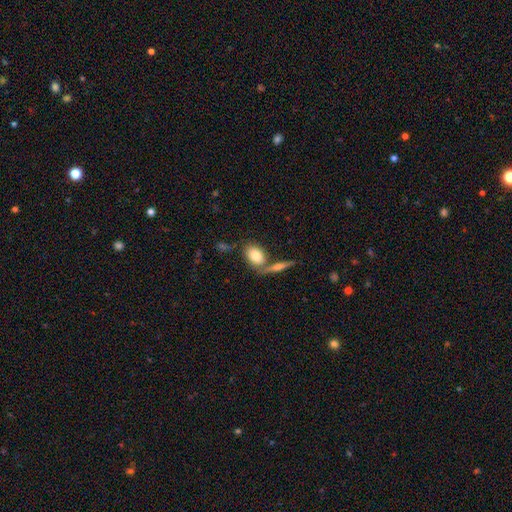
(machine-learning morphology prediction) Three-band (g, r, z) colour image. It shows a smooth galaxy with no disk features (78%) that is in between round and cigar-shaped (81%). Merging: none (53%).